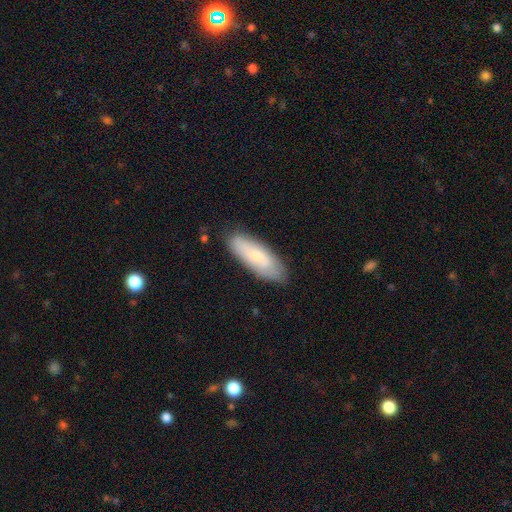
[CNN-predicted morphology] This is likely a smooth galaxy (61%). How rounded: likely in between (62%). Merging: likely none (79%).